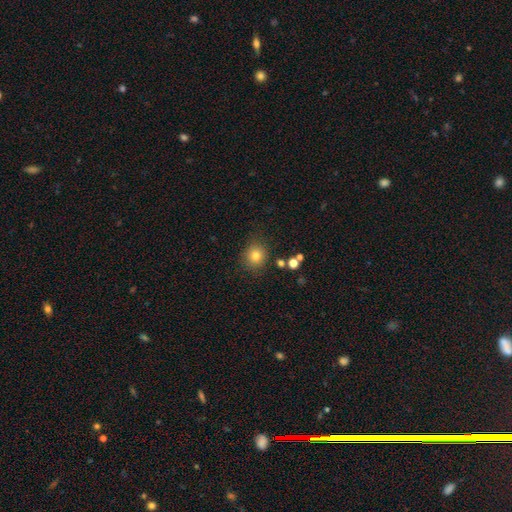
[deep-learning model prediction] Smooth or featured: smooth — 78% (star or artifact — 14%)
How rounded: round — 84% (in between — 15%)
Merging: none — 83% (minor disturbance — 11%)